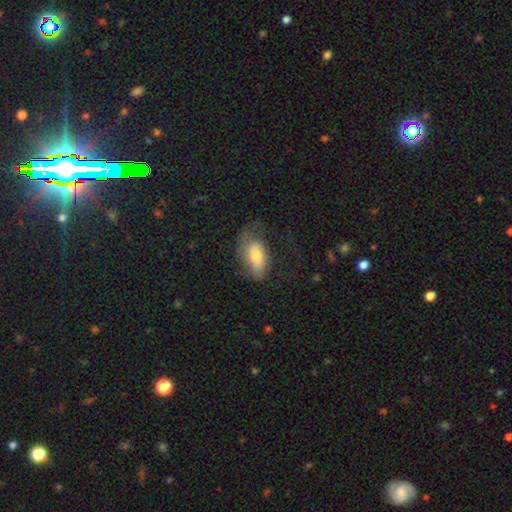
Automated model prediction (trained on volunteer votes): Smooth or featured: smooth — 69% (featured or disk — 24%)
How rounded: in between — 89% (cigar-shaped — 6%)
Merging: none — 46% (minor disturbance — 29%)